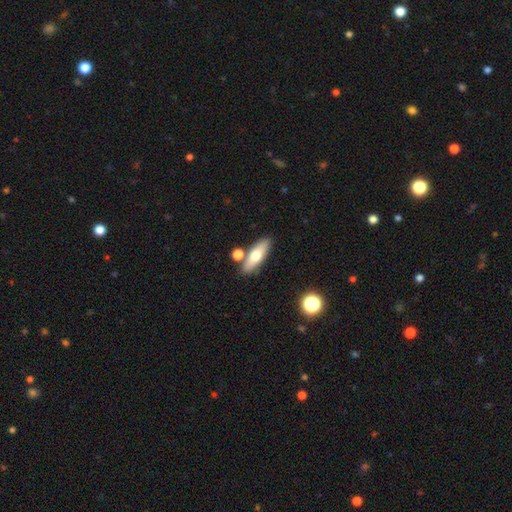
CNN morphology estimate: smooth 64%, featured or disk 29%, star or artifact 7%. Down the decision tree: how rounded — in between (54%); merging — none (77%).